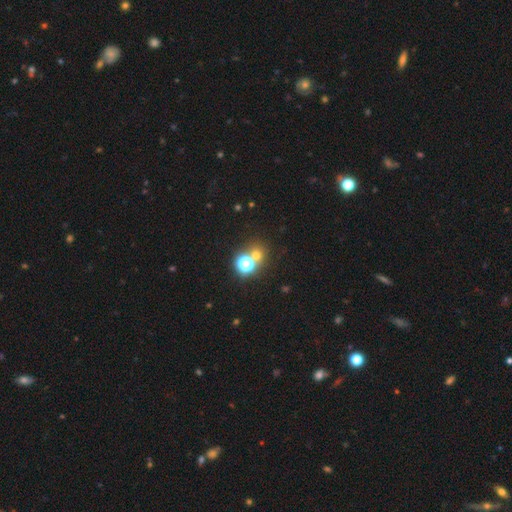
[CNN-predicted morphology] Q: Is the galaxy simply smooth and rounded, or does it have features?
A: smooth — 55%.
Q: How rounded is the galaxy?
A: round — 86%.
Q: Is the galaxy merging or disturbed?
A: none — 64%.